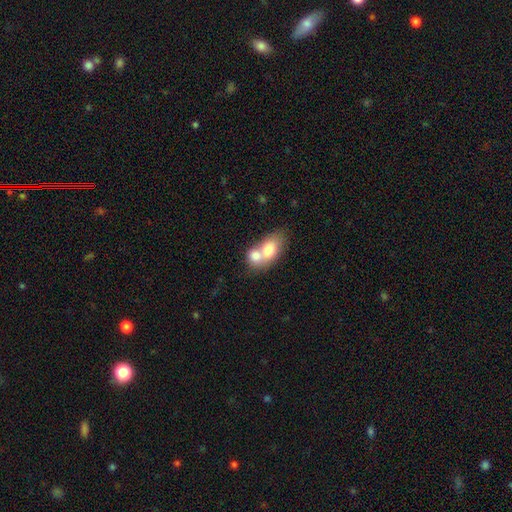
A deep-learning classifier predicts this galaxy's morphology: Smooth or featured? smooth (72%)
How rounded? in between (71%)
Merging? merger (72%)